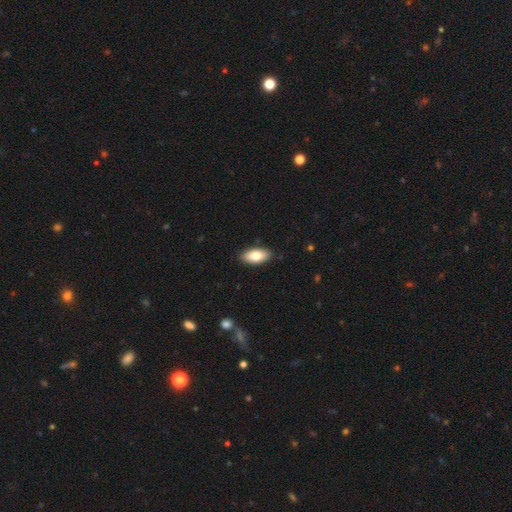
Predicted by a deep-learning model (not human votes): smooth 81%, featured or disk 13%, star or artifact 6%. Down the decision tree: how rounded — in between (91%); merging — none (88%).